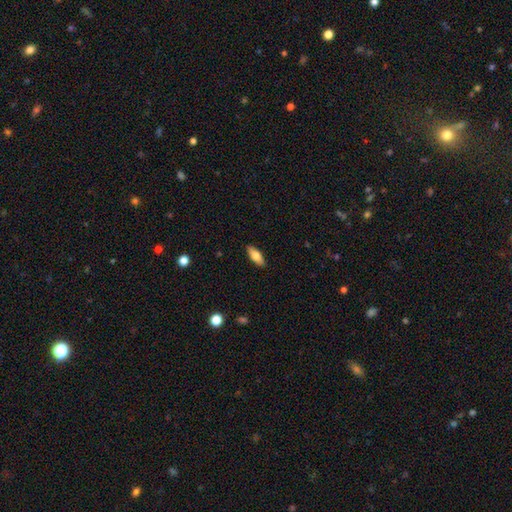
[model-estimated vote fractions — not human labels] This appears to be a smooth galaxy with no disk features (71%) that is in between round and cigar-shaped (73%). Merging: none (89%).